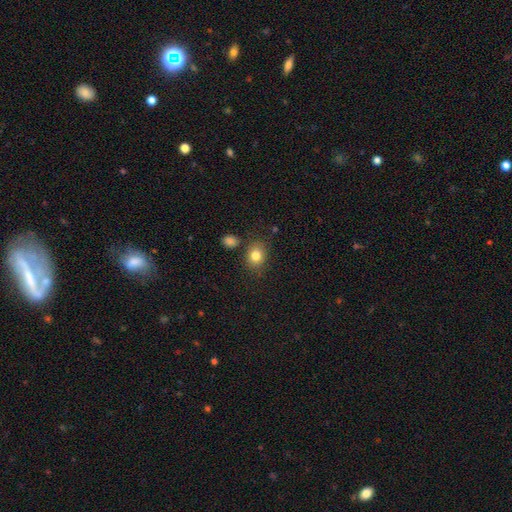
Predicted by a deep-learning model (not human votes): Morphology: type=smooth (82%); roundness=round (55%); merging=none (79%).